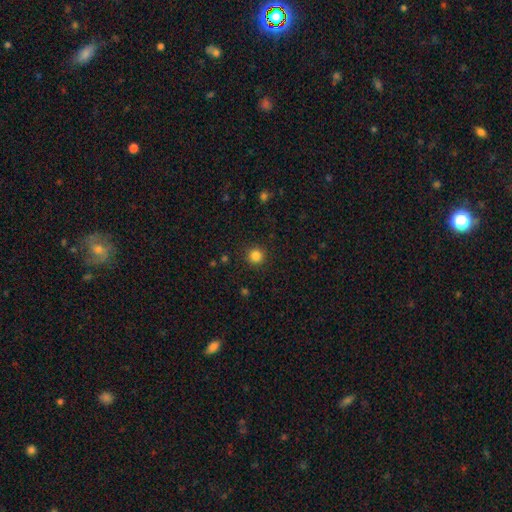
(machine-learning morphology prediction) smooth-or-featured: smooth: 83% | star or artifact: 12% | featured or disk: 4%
  how-rounded: round: 95% | in between: 4% | cigar-shaped: 1%
  merging: none: 92% | minor disturbance: 5% | major disturbance: 2% | merger: 1%